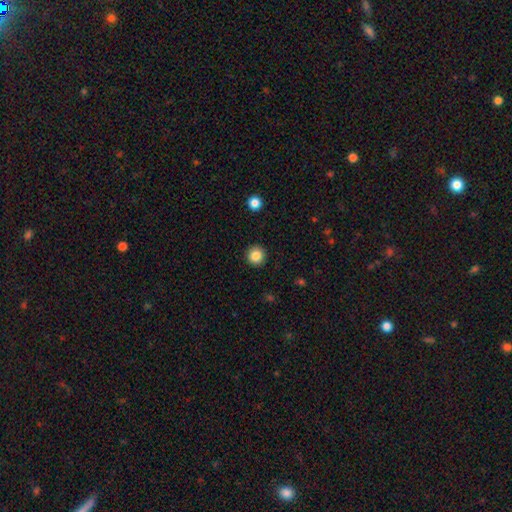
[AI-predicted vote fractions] Morphology: type=smooth (86%); roundness=round (95%); merging=none (92%).